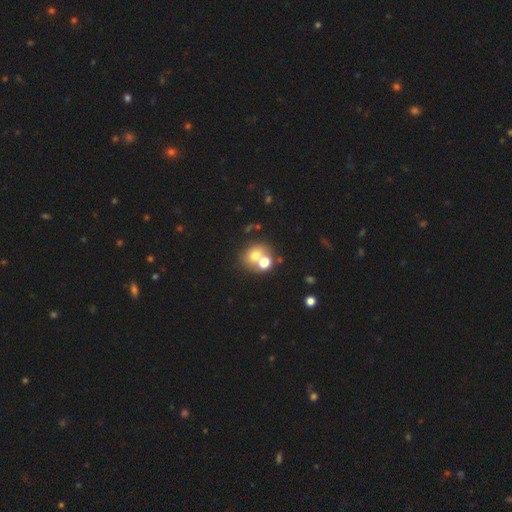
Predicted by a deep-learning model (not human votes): Smooth or featured?
  - smooth: 67% *
  - featured or disk: 17%
  - star or artifact: 15%
How rounded?
  - round: 69% *
  - in between: 30%
  - cigar-shaped: 1%
Merging?
  - merger: 47% *
  - none: 41%
  - minor disturbance: 8%
  - major disturbance: 4%